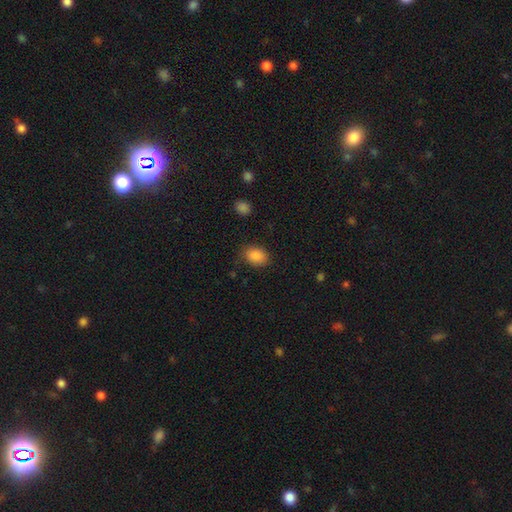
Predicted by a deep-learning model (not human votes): A smooth galaxy with no disk features (88%) that is in between round and cigar-shaped (70%).

Vote fractions:
- Smooth or featured? smooth: 88% / star or artifact: 9% / featured or disk: 4%
- How rounded? in between: 70% / round: 29% / cigar-shaped: 1%
- Merging? none: 78% / minor disturbance: 16% / major disturbance: 4% / merger: 2%